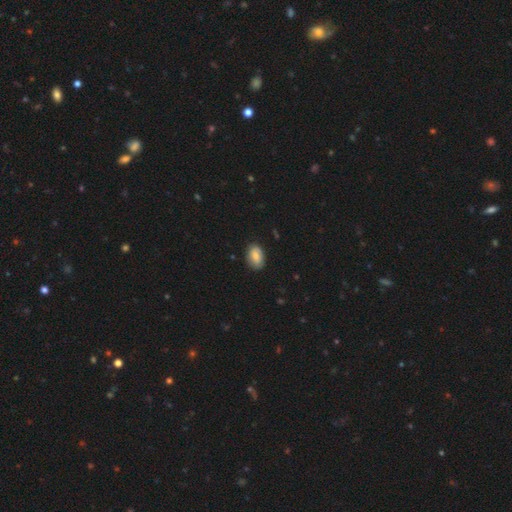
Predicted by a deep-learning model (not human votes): A smooth galaxy with no disk features (80%) that is in between round and cigar-shaped (88%).

Vote fractions:
- Smooth or featured? smooth: 80% / featured or disk: 13% / star or artifact: 7%
- How rounded? in between: 88% / round: 10% / cigar-shaped: 1%
- Merging? none: 81% / minor disturbance: 15% / major disturbance: 3% / merger: 1%